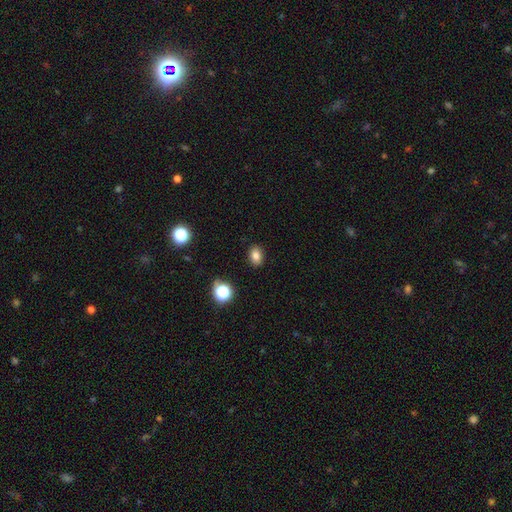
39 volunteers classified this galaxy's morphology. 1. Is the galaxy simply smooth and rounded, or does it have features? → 82% smooth, 10% featured or disk, 8% star or artifact.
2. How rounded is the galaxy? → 72% in between, 28% round, 0% cigar-shaped.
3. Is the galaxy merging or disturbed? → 89% none, 8% minor disturbance, 3% major disturbance, 0% merger.